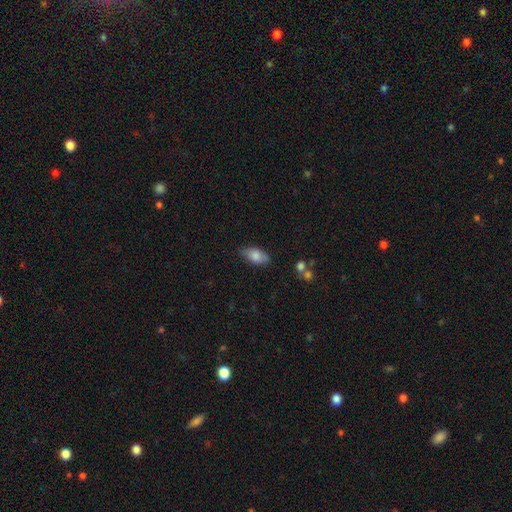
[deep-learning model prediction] Smooth or featured? smooth (77%)
How rounded? in between (90%)
Merging? none (68%)